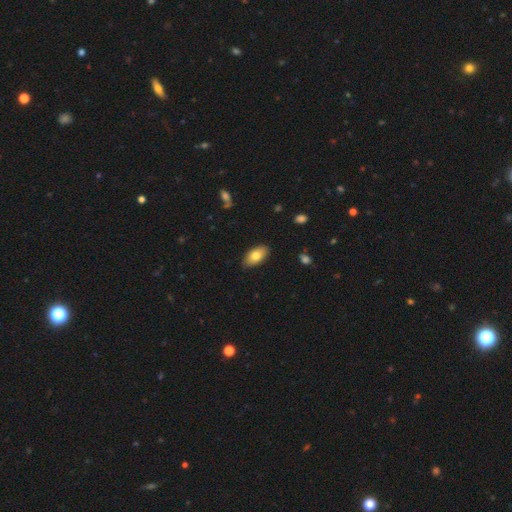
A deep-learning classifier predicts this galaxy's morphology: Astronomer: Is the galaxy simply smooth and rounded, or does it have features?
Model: smooth — 78%.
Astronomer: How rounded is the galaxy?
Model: in between — 93%.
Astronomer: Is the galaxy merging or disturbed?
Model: none — 86%.